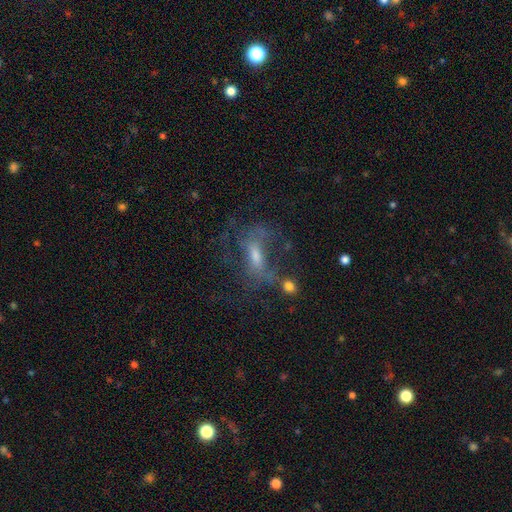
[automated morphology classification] The model was most divided on "bar": weak: 42%, no: 39%, strong: 20%. Remaining: edge-on disk — no (89%); smooth or featured — featured or disk (61%); spiral arms — yes (55%); bulge size — moderate (46%); merging — none (41%).